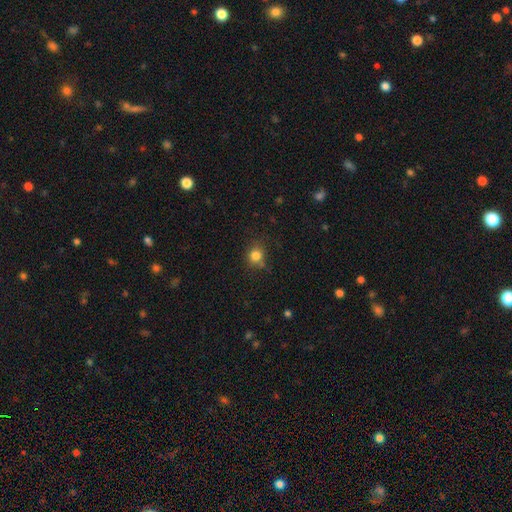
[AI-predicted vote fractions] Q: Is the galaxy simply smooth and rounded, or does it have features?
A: smooth — 81%.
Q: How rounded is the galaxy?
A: round — 81%.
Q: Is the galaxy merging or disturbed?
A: none — 72%.